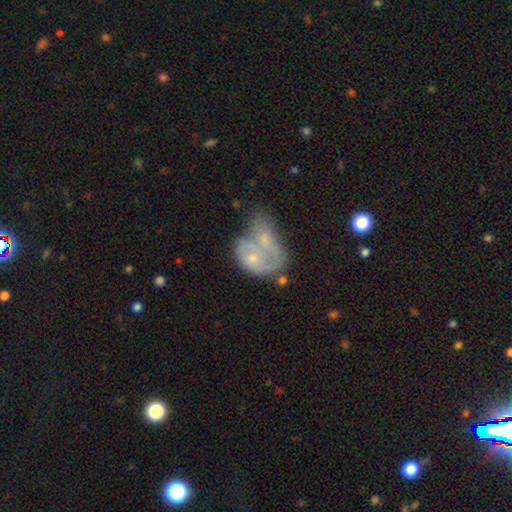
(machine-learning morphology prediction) The model was most divided on "smooth or featured": featured or disk: 48%, smooth: 44%, star or artifact: 8%. More confident: merging — merger (61%).